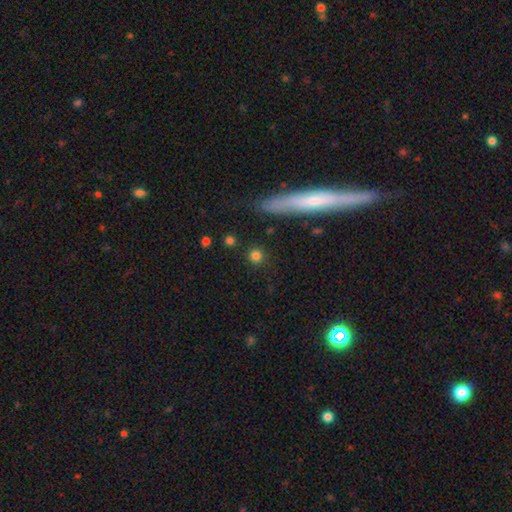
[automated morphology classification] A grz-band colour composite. It shows a smooth galaxy with no disk features (81%) that is round (91%). Merging: none (89%).